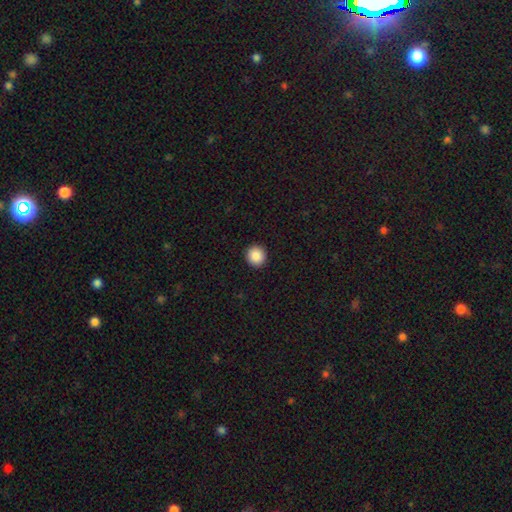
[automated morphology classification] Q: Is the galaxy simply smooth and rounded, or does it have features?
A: smooth — 88%.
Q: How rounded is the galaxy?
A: round — 93%.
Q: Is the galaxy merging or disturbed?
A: none — 93%.